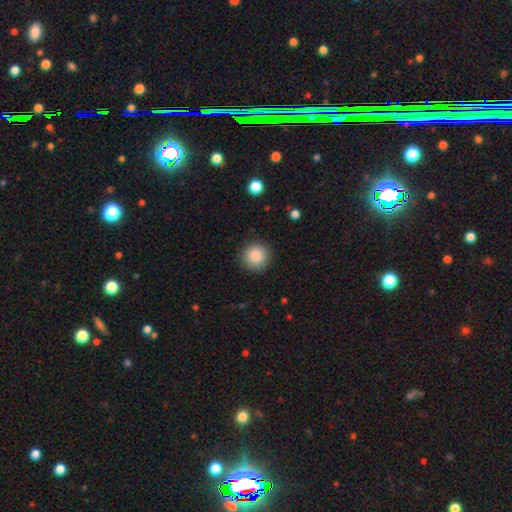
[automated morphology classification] smooth 86%, star or artifact 9%, featured or disk 5%. Down the decision tree: how rounded — round (94%); merging — none (88%).